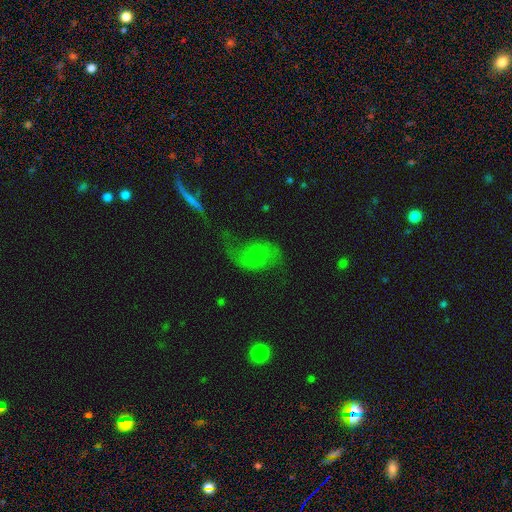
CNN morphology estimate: smooth-or-featured: featured or disk: 60% | smooth: 28% | star or artifact: 12%
  disk-edge-on: no: 96% | yes: 4%
    bar: no: 65% | weak: 28% | strong: 7%
    has-spiral-arms: yes: 84% | no: 16%
    bulge-size: small: 45% | none: 27% | moderate: 22% | large: 4% | dominant: 2%
  merging: none: 48% | major disturbance: 25% | minor disturbance: 22% | merger: 5%